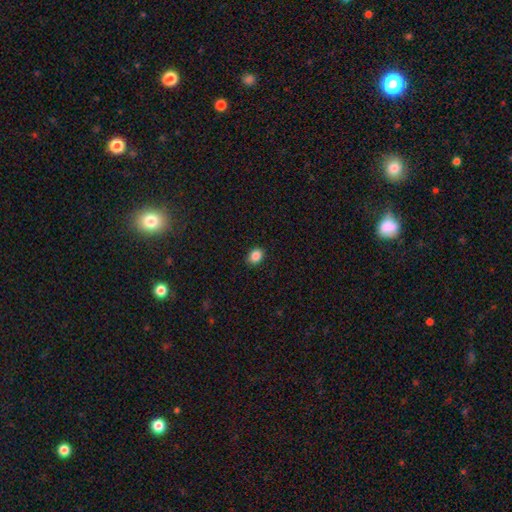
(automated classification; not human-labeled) smooth_or_featured: smooth (p=0.87) [alt: star or artifact p=0.09]
how_rounded: in between (p=0.63) [alt: round p=0.36]
merging: none (p=0.89) [alt: minor disturbance p=0.08]